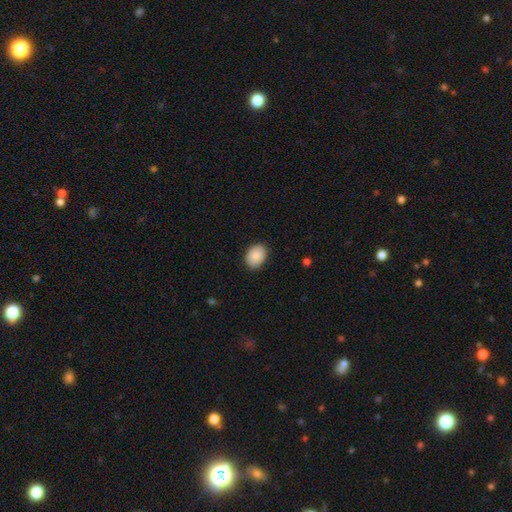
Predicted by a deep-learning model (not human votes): smooth-or-featured: smooth: 88% | star or artifact: 7% | featured or disk: 5%
  how-rounded: in between: 70% | round: 29% | cigar-shaped: 1%
  merging: none: 87% | minor disturbance: 10% | major disturbance: 2% | merger: 1%